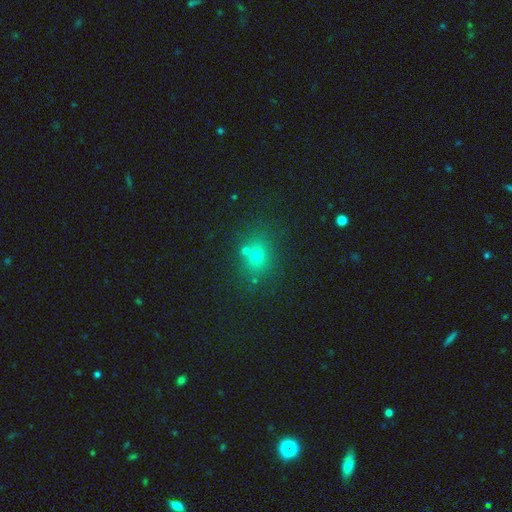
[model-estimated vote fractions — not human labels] Overall: smooth (60%; star or artifact 27%). How rounded: round (62%; in between 36%). Merging: none (68%).